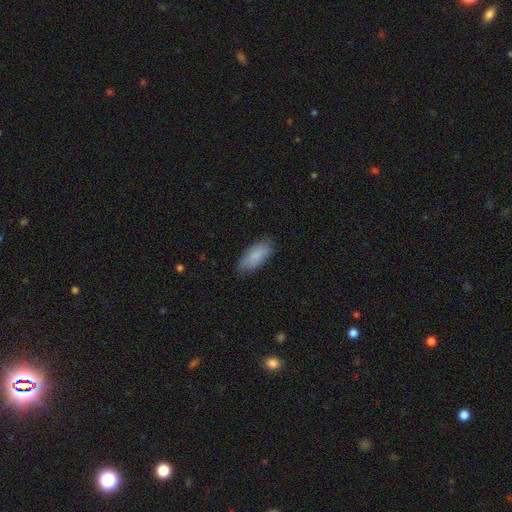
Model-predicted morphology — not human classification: Overall: smooth (86%). How rounded: in between (81%). Merging: none (78%).